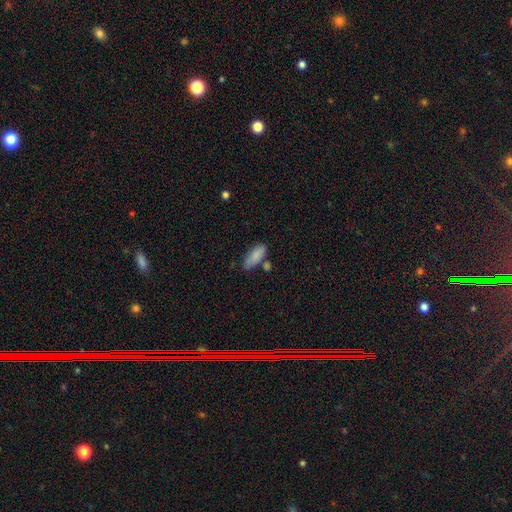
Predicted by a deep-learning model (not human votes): smooth_or_featured: smooth (p=0.85) [alt: featured or disk p=0.09]
how_rounded: in between (p=0.75) [alt: cigar-shaped p=0.23]
merging: none (p=0.67) [alt: minor disturbance p=0.18]